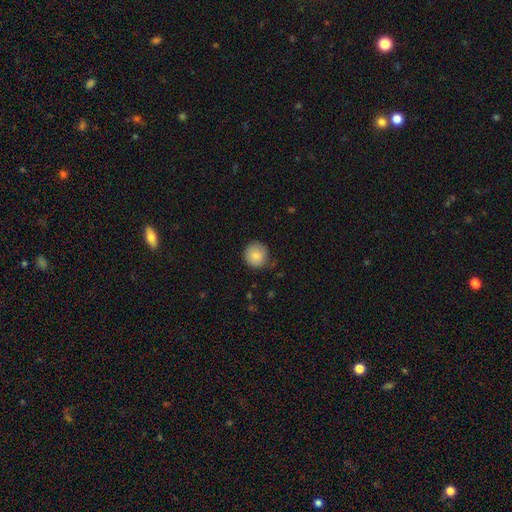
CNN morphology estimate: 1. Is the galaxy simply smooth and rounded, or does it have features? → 85% smooth, 8% star or artifact, 7% featured or disk.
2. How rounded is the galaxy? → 92% round, 7% in between, 1% cigar-shaped.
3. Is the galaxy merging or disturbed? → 79% none, 16% minor disturbance, 3% major disturbance, 1% merger.